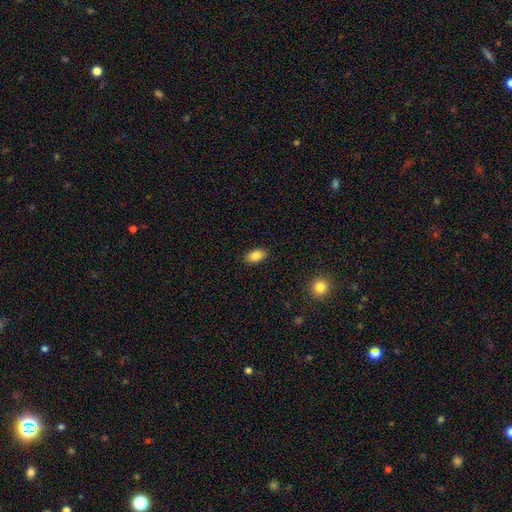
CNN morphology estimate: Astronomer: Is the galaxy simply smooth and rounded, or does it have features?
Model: smooth — 86%.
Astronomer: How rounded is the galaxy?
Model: in between — 91%.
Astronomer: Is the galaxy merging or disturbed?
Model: none — 88%.